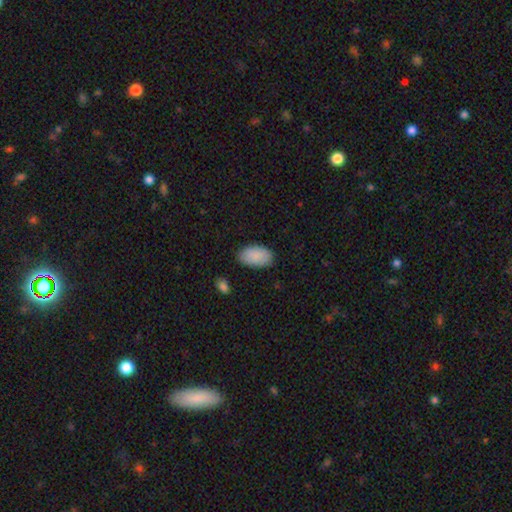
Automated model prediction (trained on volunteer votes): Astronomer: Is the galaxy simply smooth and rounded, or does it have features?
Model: smooth — 89%.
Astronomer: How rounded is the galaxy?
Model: in between — 95%.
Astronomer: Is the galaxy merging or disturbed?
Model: none — 84%.